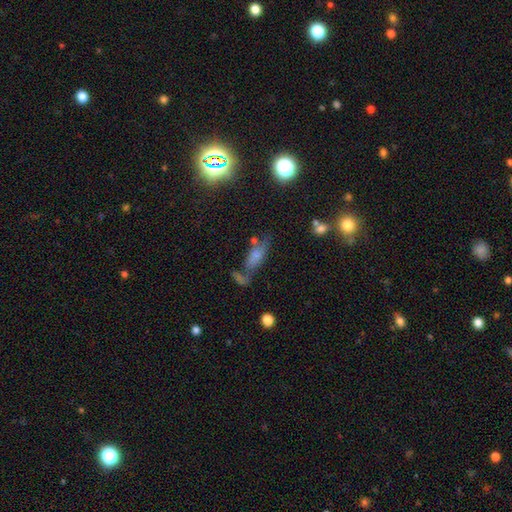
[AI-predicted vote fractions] Smooth or featured?
  - smooth: 60% *
  - featured or disk: 25%
  - star or artifact: 14%
How rounded?
  - in between: 64% *
  - cigar-shaped: 31%
  - round: 5%
Merging?
  - none: 44% *
  - merger: 22%
  - minor disturbance: 21%
  - major disturbance: 13%